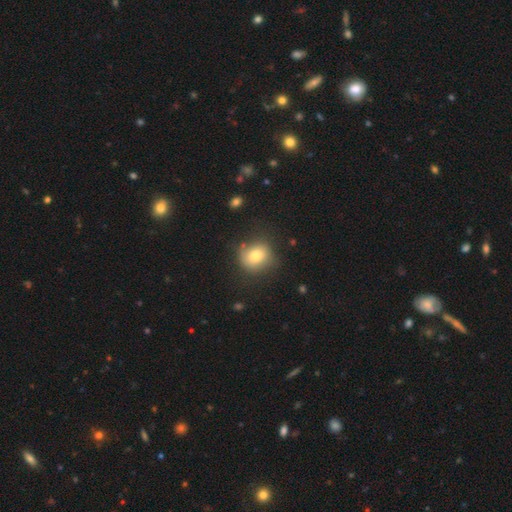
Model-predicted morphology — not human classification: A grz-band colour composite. It shows a smooth galaxy with no disk features (74%) that is round (77%). Merging: none (74%).